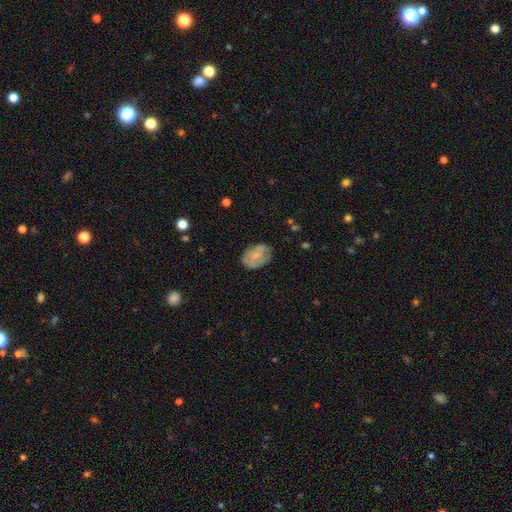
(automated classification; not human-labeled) Q: Smooth or featured?
A: smooth (64%); runner-up: featured or disk (29%)
Q: How rounded?
A: in between (79%); runner-up: round (20%)
Q: Merging?
A: none (66%); runner-up: minor disturbance (25%)